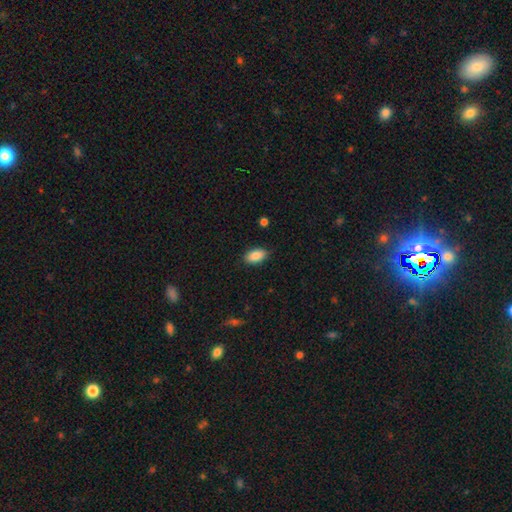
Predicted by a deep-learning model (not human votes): Q: Smooth or featured?
A: smooth (88%); runner-up: star or artifact (7%)
Q: How rounded?
A: in between (93%); runner-up: round (5%)
Q: Merging?
A: none (87%); runner-up: minor disturbance (10%)